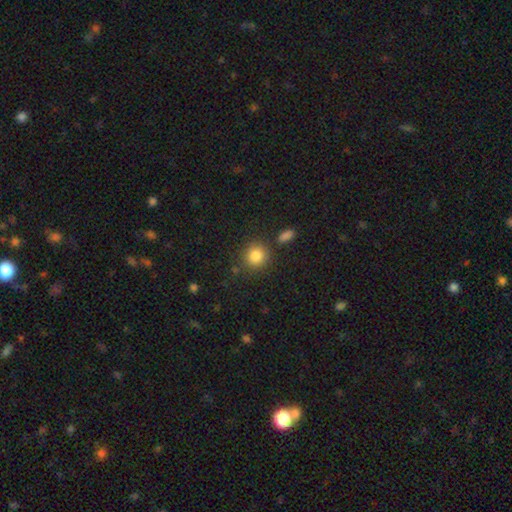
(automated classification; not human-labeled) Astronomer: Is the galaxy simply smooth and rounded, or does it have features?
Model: smooth — 85%.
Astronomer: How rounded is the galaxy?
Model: round — 86%.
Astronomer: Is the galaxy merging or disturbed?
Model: none — 81%.